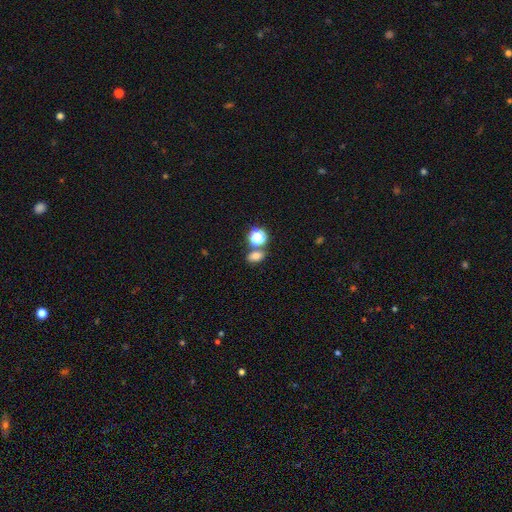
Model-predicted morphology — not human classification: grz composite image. It shows a smooth galaxy with no disk features (71%) that is in between round and cigar-shaped (64%). Merging: none (67%).